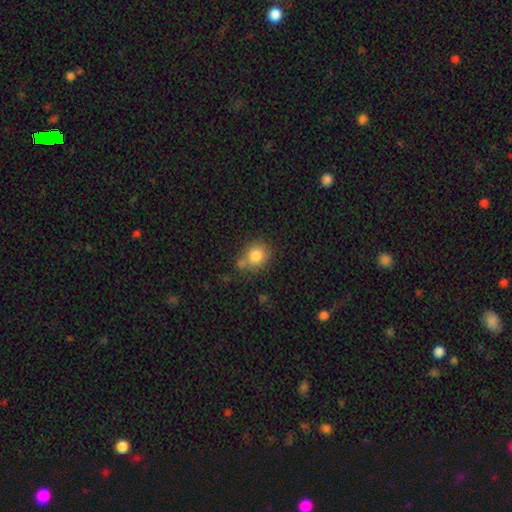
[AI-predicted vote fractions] Smooth or featured?
  - smooth: 83% *
  - star or artifact: 9%
  - featured or disk: 8%
How rounded?
  - round: 67% *
  - in between: 32%
  - cigar-shaped: 1%
Merging?
  - none: 62% *
  - minor disturbance: 17%
  - merger: 16%
  - major disturbance: 5%